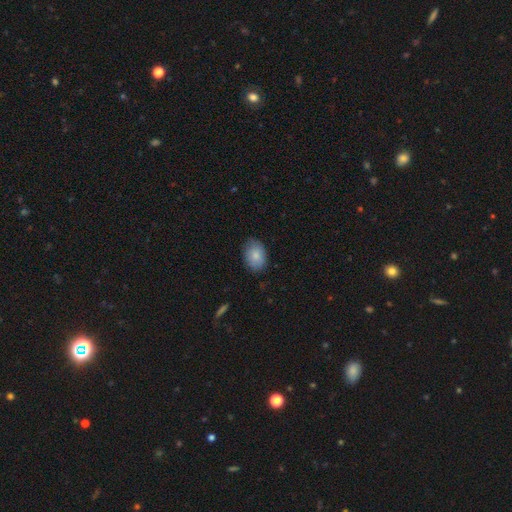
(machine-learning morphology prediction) smooth-or-featured: smooth: 84% | featured or disk: 9% | star or artifact: 7%
  how-rounded: in between: 81% | round: 18% | cigar-shaped: 1%
  merging: none: 83% | minor disturbance: 14% | major disturbance: 3% | merger: 1%